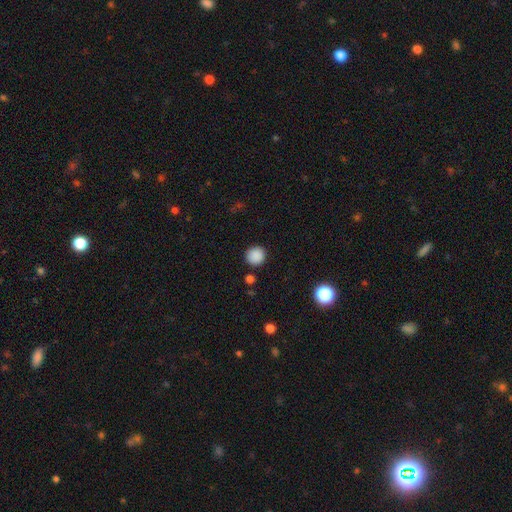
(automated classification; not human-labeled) Q: Smooth or featured?
A: smooth (87%); runner-up: star or artifact (10%)
Q: How rounded?
A: round (92%); runner-up: in between (7%)
Q: Merging?
A: none (89%); runner-up: minor disturbance (7%)